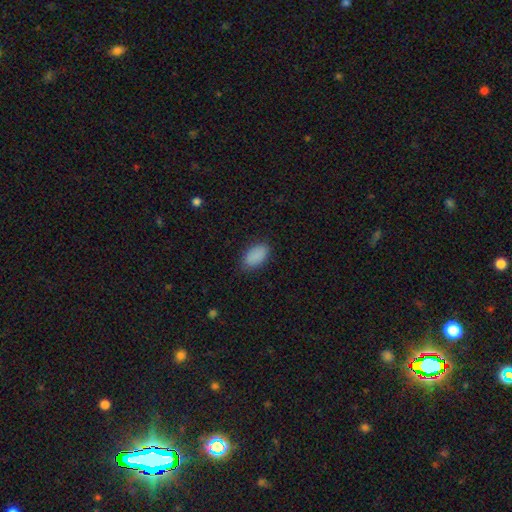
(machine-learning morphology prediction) This is clearly a smooth galaxy (89%). How rounded: clearly in between (94%). Merging: clearly none (83%).